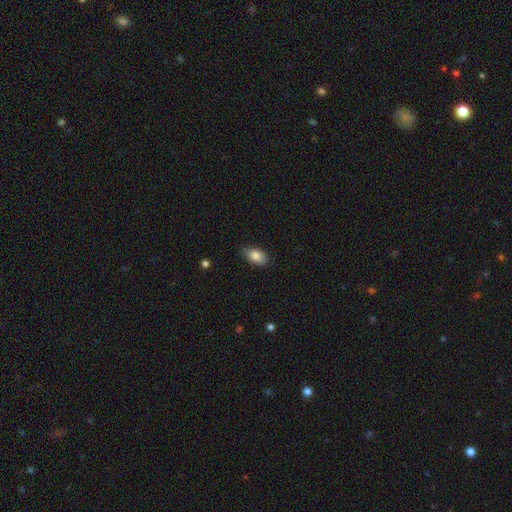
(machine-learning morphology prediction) This appears to be a smooth galaxy with no disk features (84%) that is in between round and cigar-shaped (91%). Merging: none (80%).